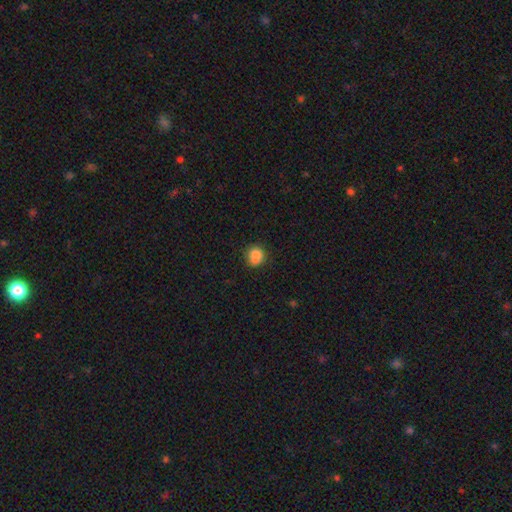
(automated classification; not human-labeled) smooth 80%, star or artifact 10%, featured or disk 10%. Down the decision tree: how rounded — round (76%); merging — none (55%).